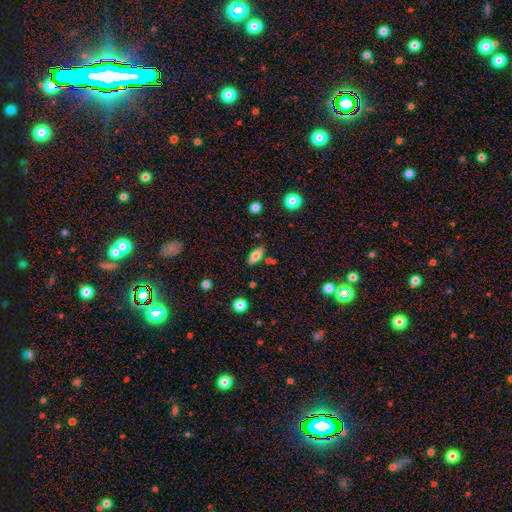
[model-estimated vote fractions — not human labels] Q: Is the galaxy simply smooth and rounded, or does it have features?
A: smooth — 75%.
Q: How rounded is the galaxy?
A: in between — 84%.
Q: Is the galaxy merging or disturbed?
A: none — 82%.